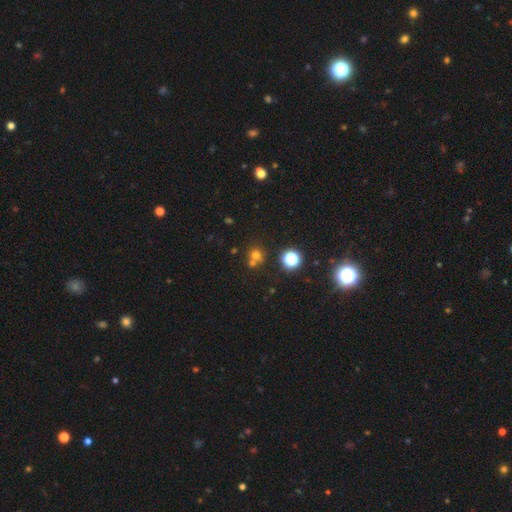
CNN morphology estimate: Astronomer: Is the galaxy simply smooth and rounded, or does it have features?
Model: smooth — 64%.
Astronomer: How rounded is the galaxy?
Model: round — 85%.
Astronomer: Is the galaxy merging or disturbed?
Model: none — 53% (runner-up: merger, 36%).